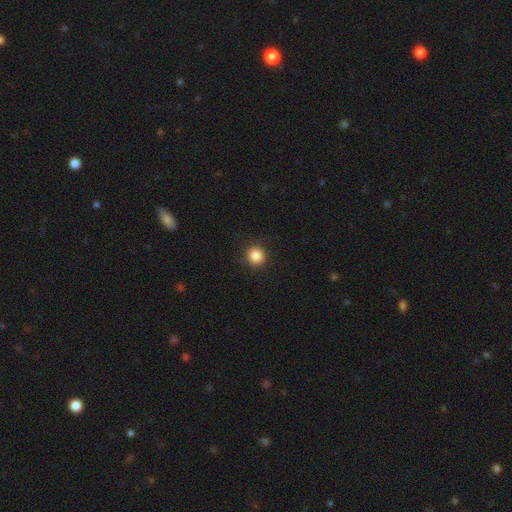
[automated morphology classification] Q: Smooth or featured?
A: smooth (85%); runner-up: star or artifact (10%)
Q: How rounded?
A: round (93%); runner-up: in between (7%)
Q: Merging?
A: none (87%); runner-up: minor disturbance (9%)